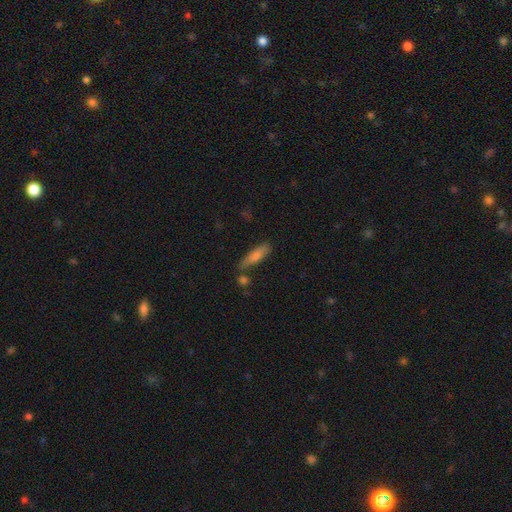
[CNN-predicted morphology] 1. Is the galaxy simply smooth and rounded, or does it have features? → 67% smooth, 24% featured or disk, 9% star or artifact.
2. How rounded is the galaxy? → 73% cigar-shaped, 25% in between, 2% round.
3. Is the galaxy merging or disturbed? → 71% none, 16% minor disturbance, 10% merger, 4% major disturbance.